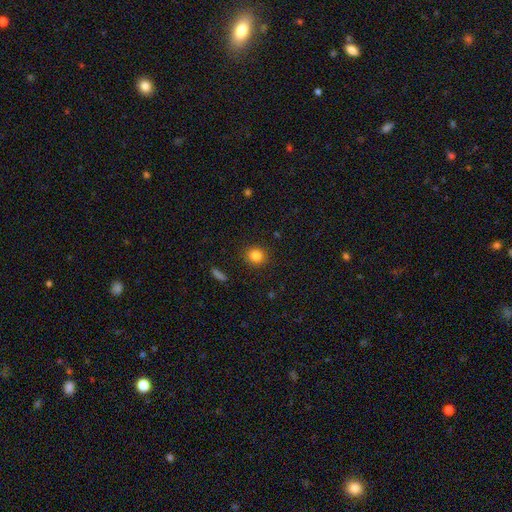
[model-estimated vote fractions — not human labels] smooth 83%, star or artifact 11%, featured or disk 6%. Down the decision tree: how rounded — round (83%); merging — none (89%).